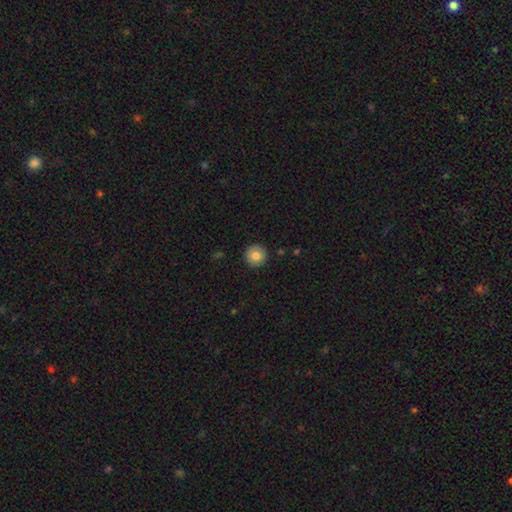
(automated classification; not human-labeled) A smooth galaxy with no disk features (81%) that is round (95%).

Vote fractions:
- Smooth or featured? smooth: 81% / featured or disk: 10% / star or artifact: 8%
- How rounded? round: 95% / in between: 4% / cigar-shaped: 1%
- Merging? none: 92% / minor disturbance: 6% / major disturbance: 2% / merger: 1%